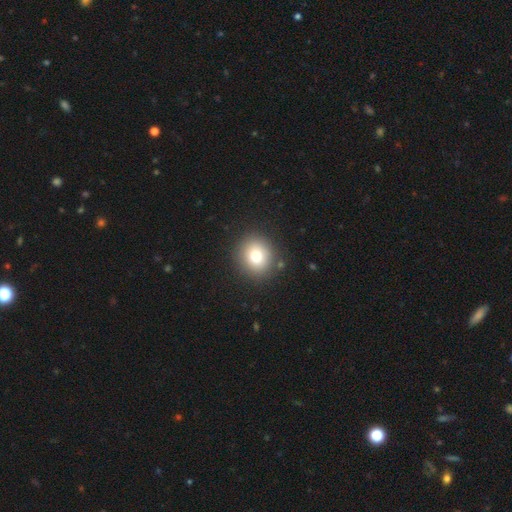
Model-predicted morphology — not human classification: This appears to be a smooth galaxy with no disk features (78%) that is round (82%). Merging: none (88%).